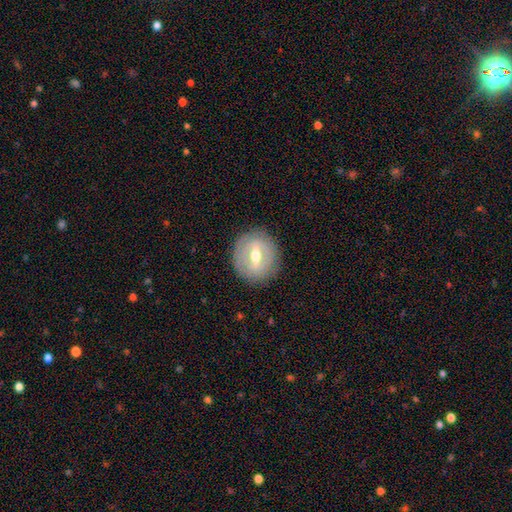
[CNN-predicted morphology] A featured or disk galaxy (67%) with a strong bar (51%), no spiral arms (65%) and a moderate central bulge (74%). Merging: none (85%).